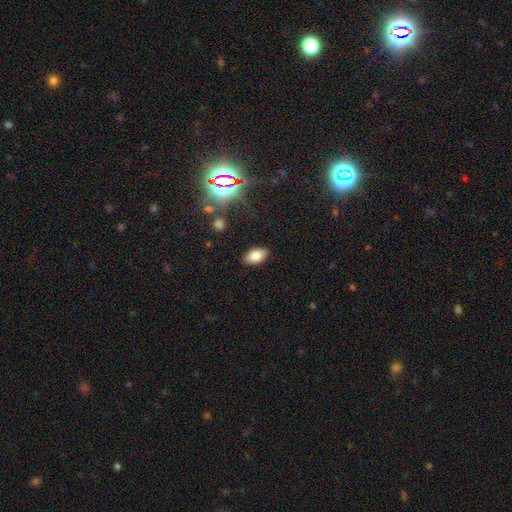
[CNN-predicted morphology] This appears to be a smooth galaxy with no disk features (81%) that is in between round and cigar-shaped (92%). Merging: none (87%).